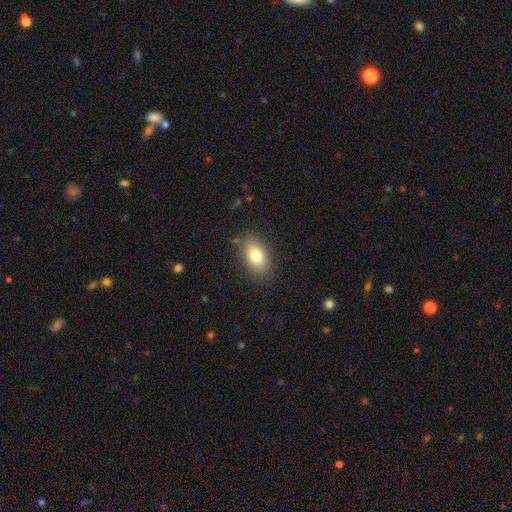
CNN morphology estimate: smooth_or_featured: smooth (p=0.79) [alt: featured or disk p=0.12]
how_rounded: in between (p=0.86) [alt: round p=0.12]
merging: none (p=0.83) [alt: minor disturbance p=0.12]